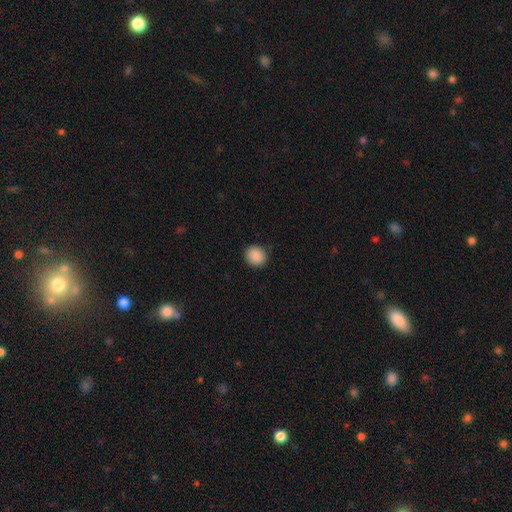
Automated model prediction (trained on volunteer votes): Smooth or featured? Predicted: smooth (p=0.89). How rounded? Predicted: round (p=0.86). Merging? Predicted: none (p=0.90).